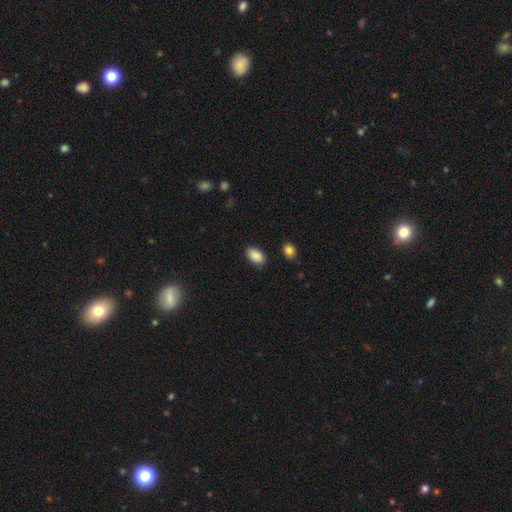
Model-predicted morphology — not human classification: type=smooth (90%); roundness=in between (93%); merging=none (87%).